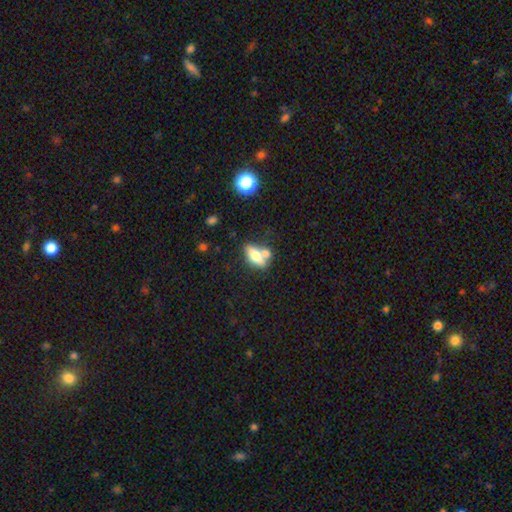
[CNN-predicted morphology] Overall: smooth (58%; featured or disk 33%). How rounded: in between (68%). Merging: none (47%; merger 35%).